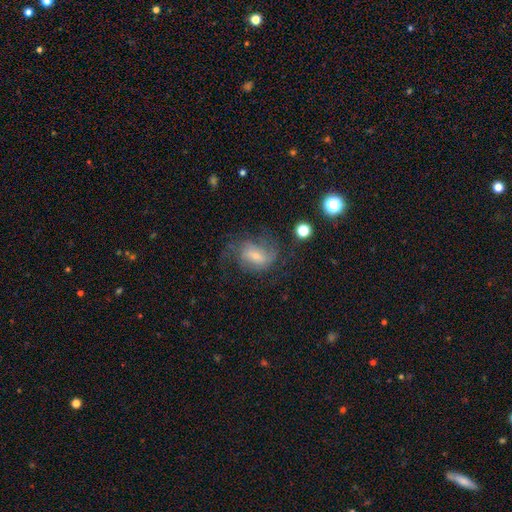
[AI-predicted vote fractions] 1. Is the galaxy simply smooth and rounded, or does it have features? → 62% featured or disk, 28% smooth, 10% star or artifact.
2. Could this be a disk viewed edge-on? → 96% no, 4% yes.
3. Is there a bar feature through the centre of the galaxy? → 48% weak, 37% no, 16% strong.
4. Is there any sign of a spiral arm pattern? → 81% yes, 19% no.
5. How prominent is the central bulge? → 61% small, 30% moderate, 5% none, 3% large, 1% dominant.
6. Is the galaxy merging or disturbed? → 46% none, 29% major disturbance, 22% minor disturbance, 3% merger.